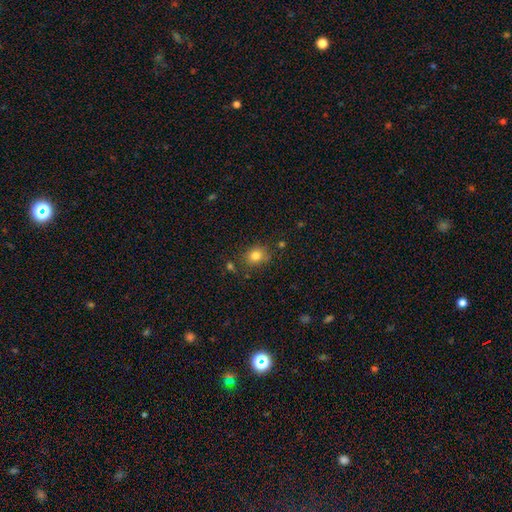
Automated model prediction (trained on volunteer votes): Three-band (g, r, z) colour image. It shows a smooth galaxy with no disk features (81%) that is round (64%). Merging: none (75%).